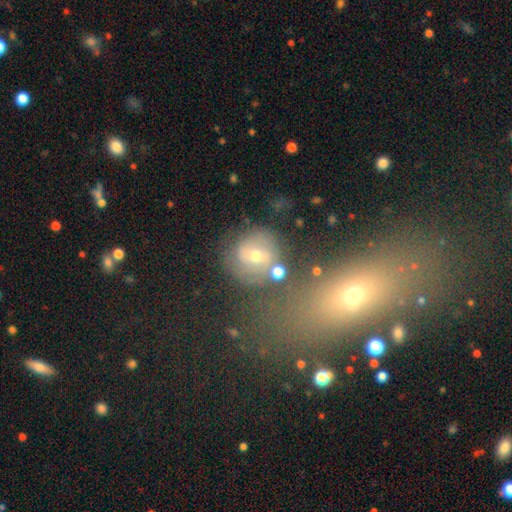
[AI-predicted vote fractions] Smooth or featured: featured or disk — 56% (smooth — 32%)
Edge-on disk: no — 95% (yes — 5%)
Bar: weak — 43% (no — 41%)
Spiral arms: yes — 77% (no — 23%)
Bulge size: moderate — 62% (small — 33%)
Merging: none — 63% (minor disturbance — 16%)